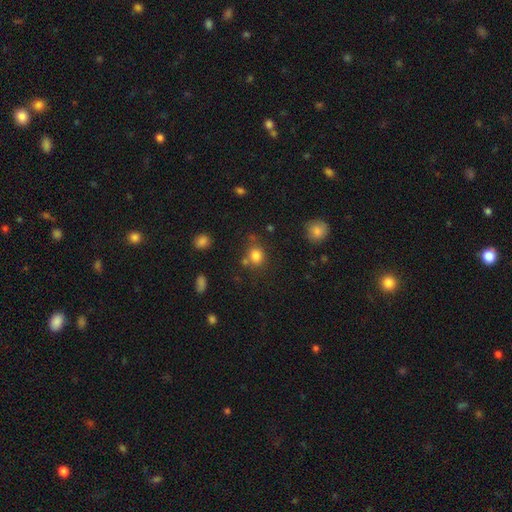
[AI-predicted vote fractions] A smooth galaxy with no disk features (81%) that is round (73%). Merging: none (66%).